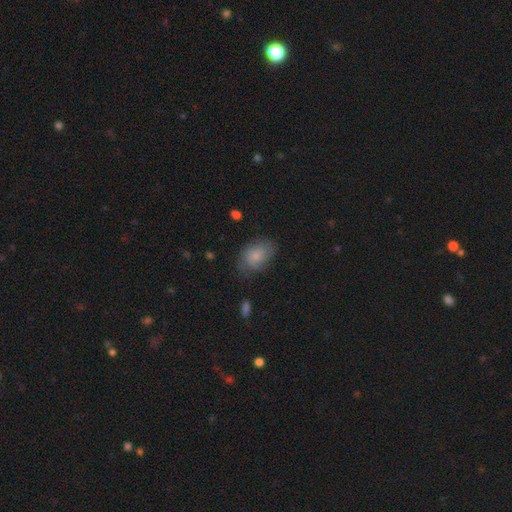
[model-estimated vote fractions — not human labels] Smooth or featured? Predicted: smooth (p=0.69). How rounded? Predicted: in between (p=0.83). Merging? Predicted: none (p=0.65).